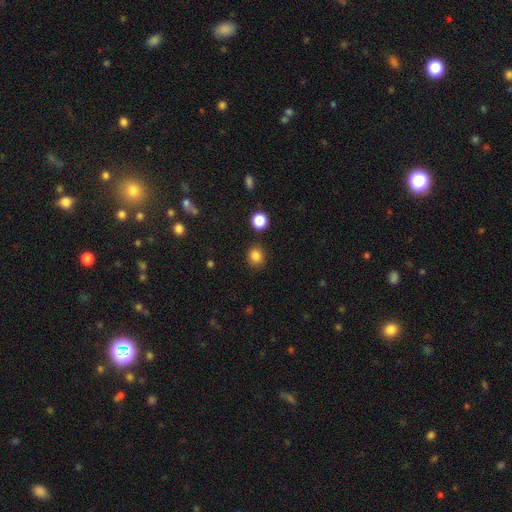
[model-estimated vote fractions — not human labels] smooth-or-featured: smooth: 83% | star or artifact: 12% | featured or disk: 4%
  how-rounded: round: 81% | in between: 18% | cigar-shaped: 1%
  merging: none: 87% | minor disturbance: 8% | merger: 3% | major disturbance: 2%